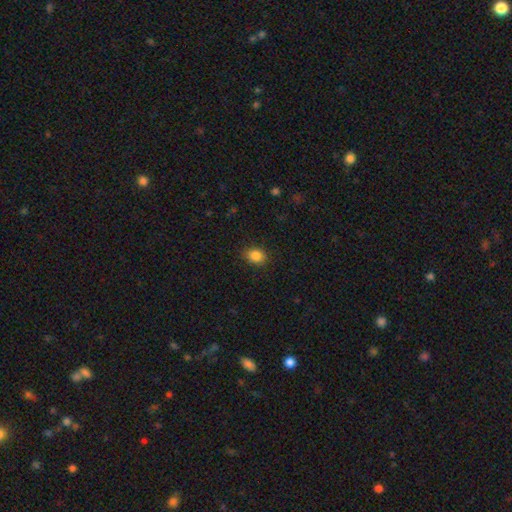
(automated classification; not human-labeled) Smooth or featured?
  - smooth: 86% *
  - star or artifact: 10%
  - featured or disk: 4%
How rounded?
  - in between: 56% *
  - round: 43%
  - cigar-shaped: 1%
Merging?
  - none: 87% *
  - minor disturbance: 9%
  - major disturbance: 2%
  - merger: 1%